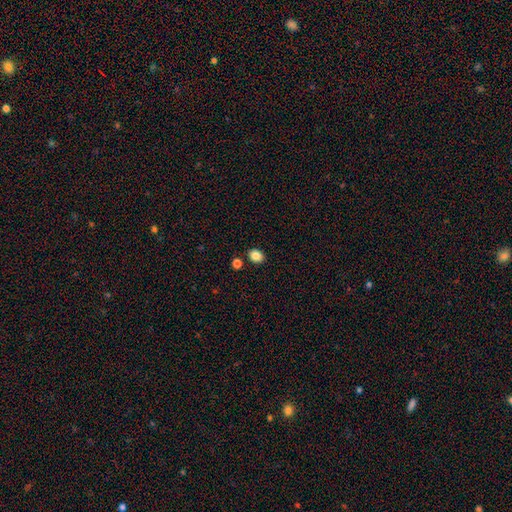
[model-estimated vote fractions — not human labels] Smooth or featured?
  - smooth: 85% *
  - star or artifact: 10%
  - featured or disk: 5%
How rounded?
  - round: 55% *
  - in between: 44%
  - cigar-shaped: 1%
Merging?
  - none: 86% *
  - minor disturbance: 8%
  - merger: 5%
  - major disturbance: 2%